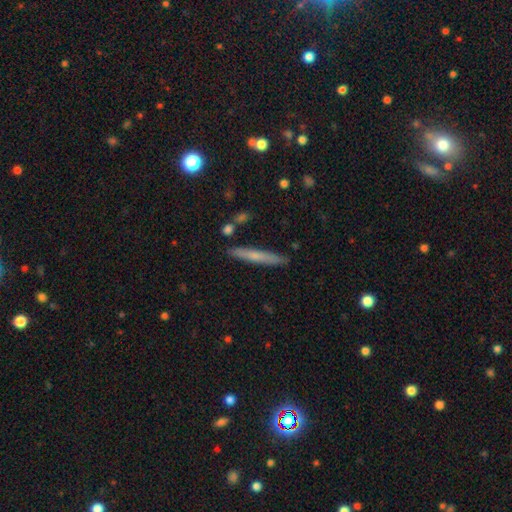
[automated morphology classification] A smooth galaxy with no disk features (58%) that is cigar-shaped (95%). Merging: none (88%).